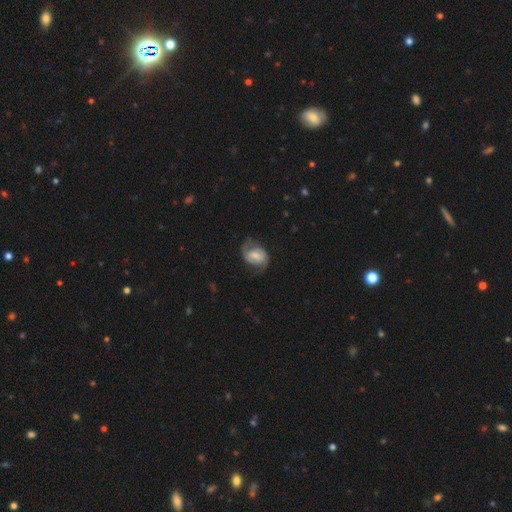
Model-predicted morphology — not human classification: Overall: featured or disk (53%; smooth 40%). Edge-on disk: no (96%). Bar: weak (44%; no 36%). Spiral arms: yes (81%). Bulge size: moderate (40%; small 35%). Merging: none (57%; minor disturbance 25%).